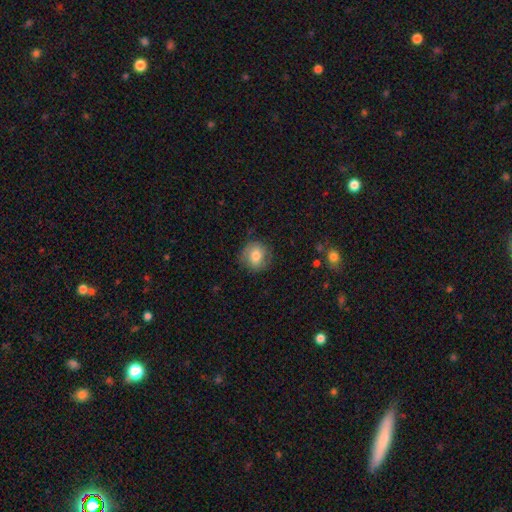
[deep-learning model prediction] A smooth galaxy with no disk features (74%) that is round (81%). Merging: none (78%).